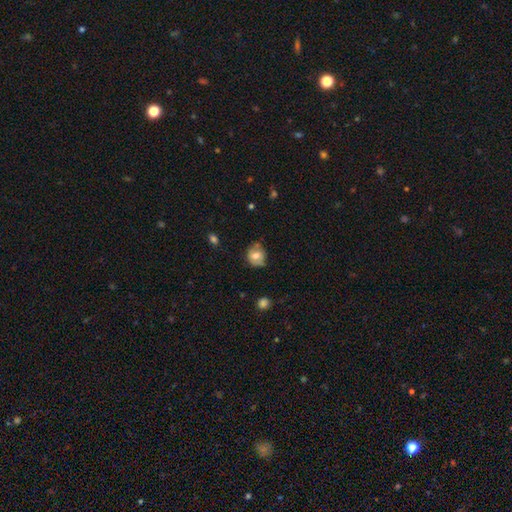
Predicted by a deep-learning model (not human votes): Smooth or featured: smooth — 67% (featured or disk — 24%)
How rounded: round — 74% (in between — 25%)
Merging: none — 59% (minor disturbance — 29%)